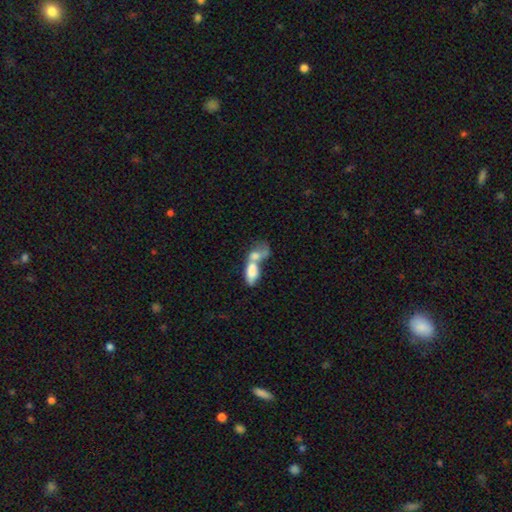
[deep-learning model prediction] Smooth or featured?
  - smooth: 65% *
  - featured or disk: 26%
  - star or artifact: 9%
How rounded?
  - in between: 82% *
  - cigar-shaped: 11%
  - round: 8%
Merging?
  - merger: 78% *
  - major disturbance: 9%
  - none: 9%
  - minor disturbance: 5%